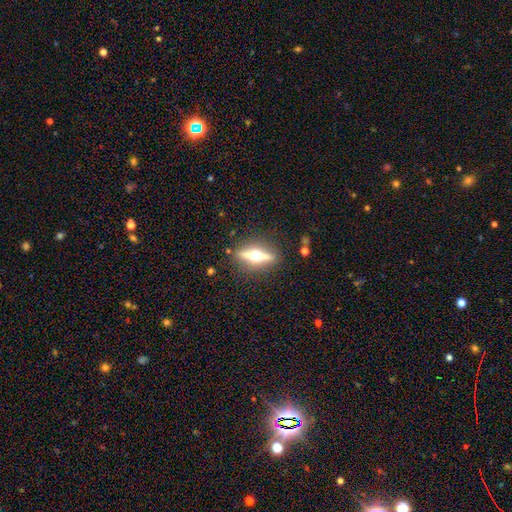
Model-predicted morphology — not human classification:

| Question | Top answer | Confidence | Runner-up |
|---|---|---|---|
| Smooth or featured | featured or disk | 78% | smooth (16%) |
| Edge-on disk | yes | 95% | no (5%) |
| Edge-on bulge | rounded | 97% | boxy (2%) |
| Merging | none | 88% | minor disturbance (8%) |